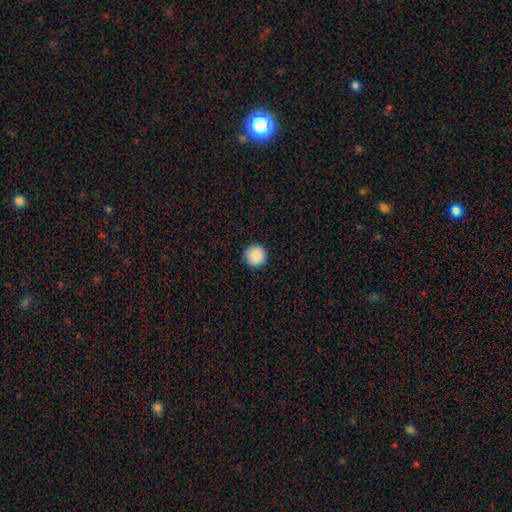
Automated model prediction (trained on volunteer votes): Morphology: type=smooth (90%); roundness=round (96%); merging=none (92%).